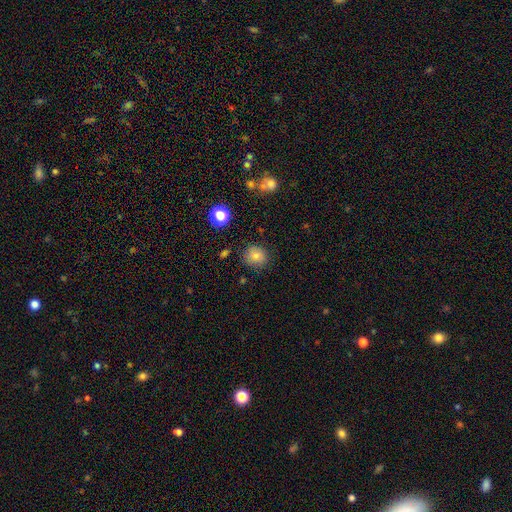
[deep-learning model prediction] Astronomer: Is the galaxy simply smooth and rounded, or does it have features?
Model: smooth — 82%.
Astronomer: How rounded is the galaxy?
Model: round — 86%.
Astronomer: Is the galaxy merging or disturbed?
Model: none — 83%.